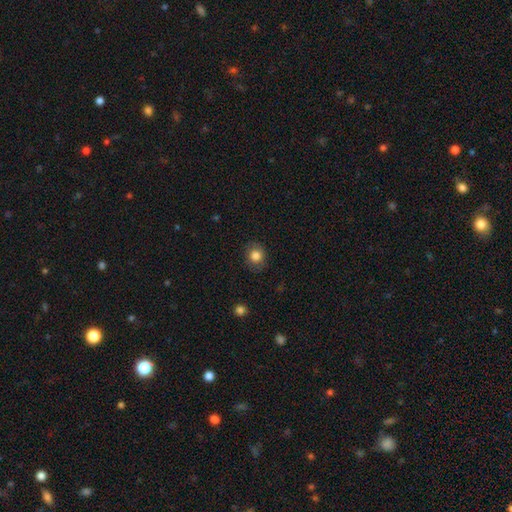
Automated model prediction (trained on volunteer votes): Overall: smooth (83%). How rounded: round (74%). Merging: none (86%).